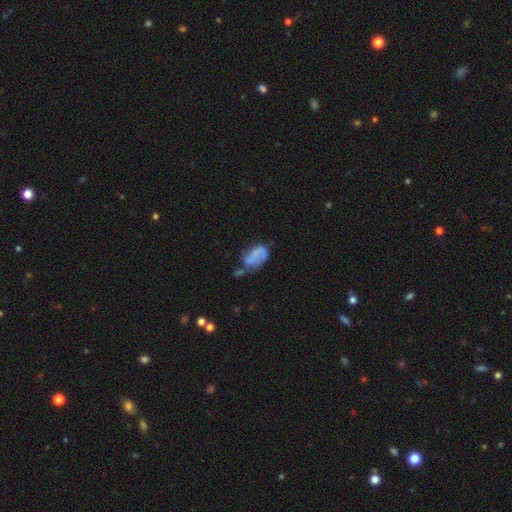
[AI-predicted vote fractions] smooth-or-featured: smooth: 52% | featured or disk: 37% | star or artifact: 11%
  how-rounded: in between: 90% | round: 7% | cigar-shaped: 3%
  merging: minor disturbance: 28% | none: 27% | major disturbance: 26% | merger: 19%